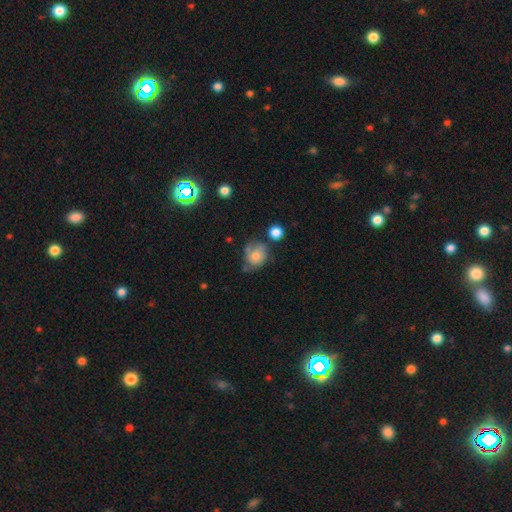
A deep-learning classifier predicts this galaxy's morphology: The model was most divided on "merging": none: 45%, minor disturbance: 30%, major disturbance: 15%, merger: 10%. More confident: smooth or featured — smooth (64%); how rounded — round (63%).